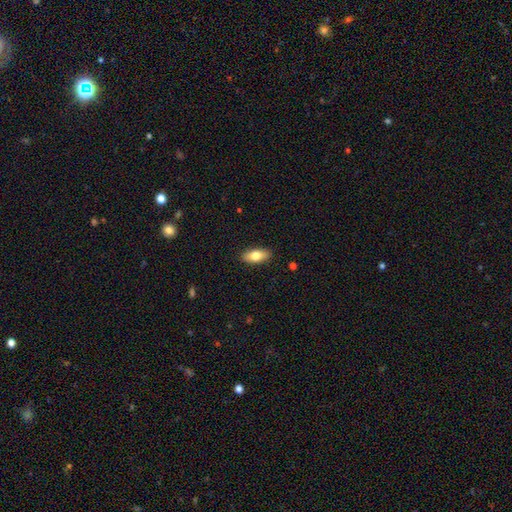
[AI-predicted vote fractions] Smooth or featured: smooth — 76% (featured or disk — 17%)
How rounded: in between — 86% (cigar-shaped — 11%)
Merging: none — 89% (minor disturbance — 8%)